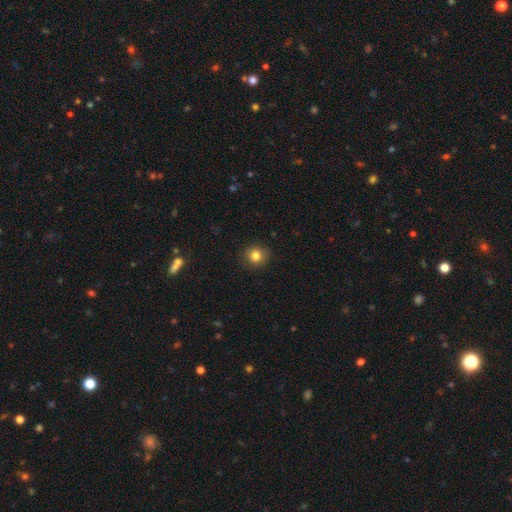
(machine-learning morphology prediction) Smooth or featured? Predicted: smooth (p=0.82). How rounded? Predicted: round (p=0.89). Merging? Predicted: none (p=0.90).